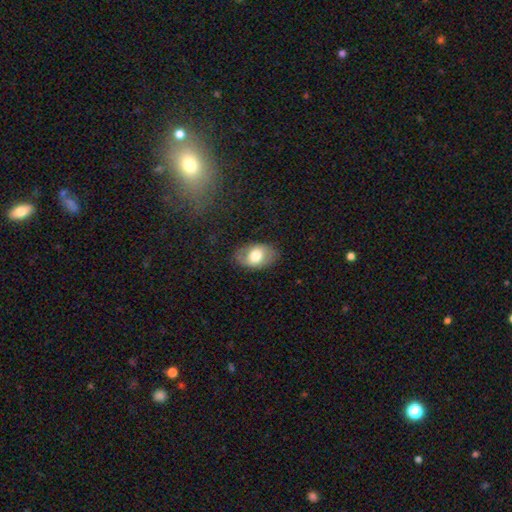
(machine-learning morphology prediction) smooth_or_featured: smooth (p=0.65) [alt: featured or disk p=0.28]
how_rounded: in between (p=0.89) [alt: round p=0.10]
merging: none (p=0.81) [alt: minor disturbance p=0.14]